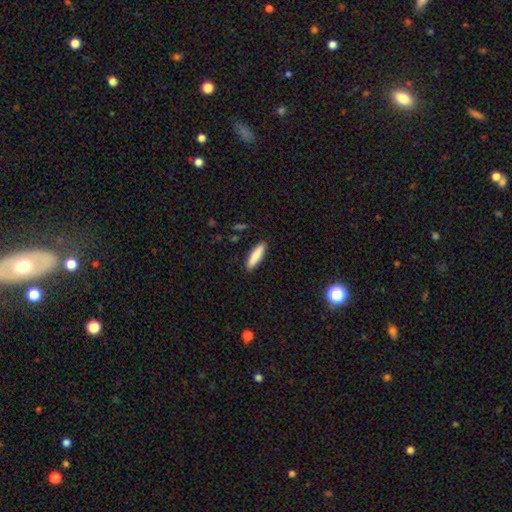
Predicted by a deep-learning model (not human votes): This is clearly a smooth galaxy (86%). How rounded: likely cigar-shaped (72%). Merging: clearly none (90%).